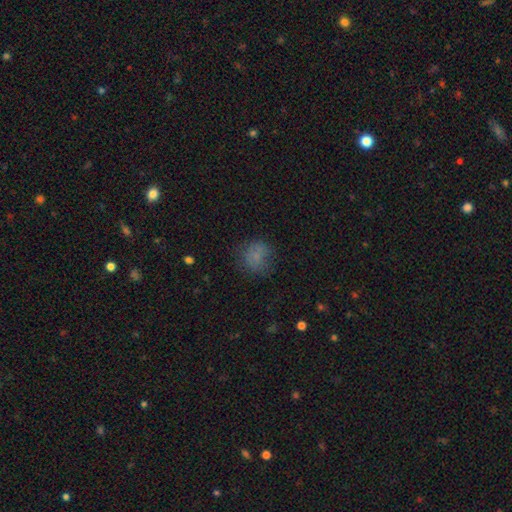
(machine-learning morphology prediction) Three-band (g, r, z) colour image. It shows a smooth galaxy with no disk features (73%) that is round (74%). Merging: none (65%).